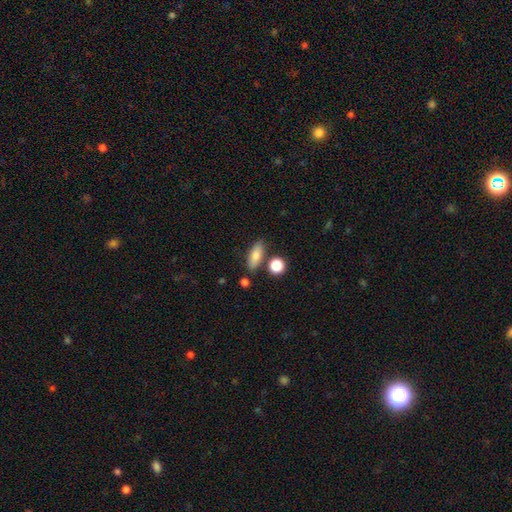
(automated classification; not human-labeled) Smooth or featured: smooth — 79% (featured or disk — 13%)
How rounded: in between — 67% (cigar-shaped — 27%)
Merging: none — 77% (minor disturbance — 12%)